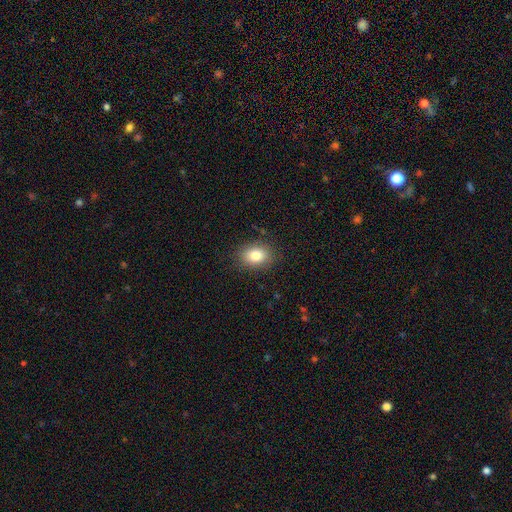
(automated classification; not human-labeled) Smooth or featured? Predicted: smooth (p=0.83). How rounded? Predicted: in between (p=0.69). Merging? Predicted: none (p=0.85).